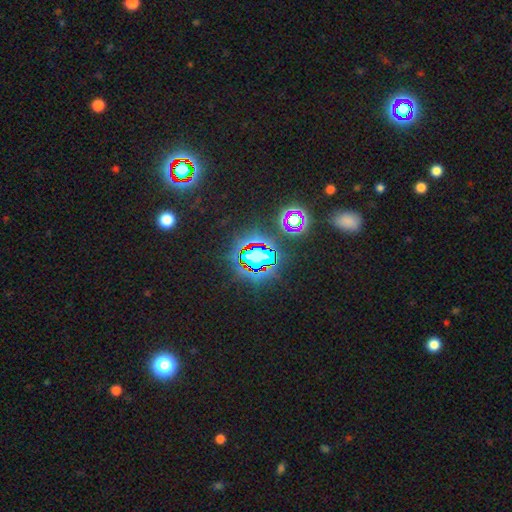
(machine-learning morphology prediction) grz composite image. It shows a star or artifact, not a galaxy (69%).